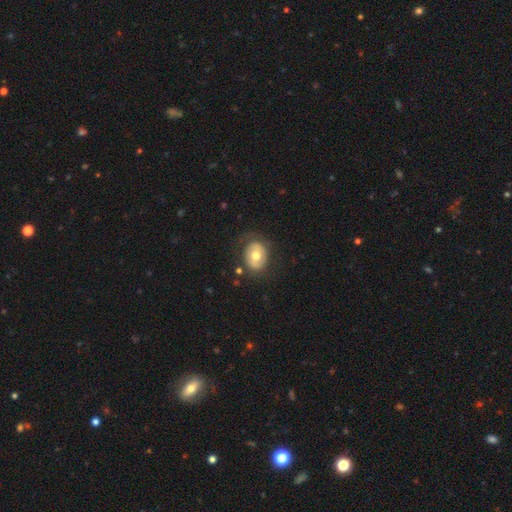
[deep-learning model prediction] Smooth or featured? Predicted: smooth (p=0.56). How rounded? Predicted: in between (p=0.52). Merging? Predicted: none (p=0.74).